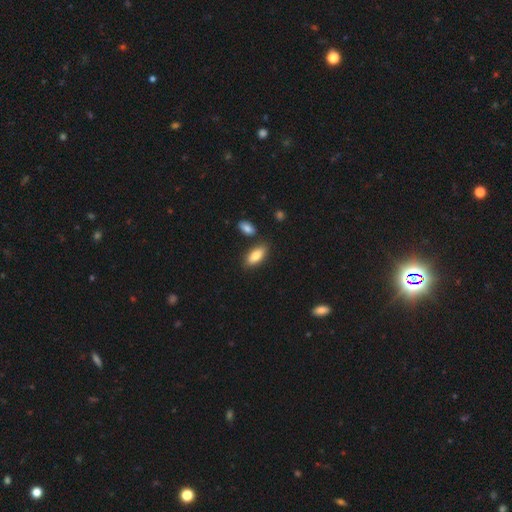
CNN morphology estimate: This appears to be a smooth galaxy with no disk features (83%) that is in between round and cigar-shaped (83%). Merging: none (79%).